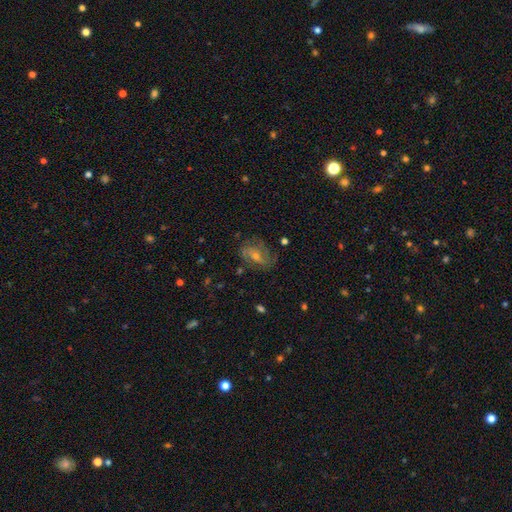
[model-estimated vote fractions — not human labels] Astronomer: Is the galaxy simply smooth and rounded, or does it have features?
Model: featured or disk — 65%.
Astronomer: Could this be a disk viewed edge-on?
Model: no — 94%.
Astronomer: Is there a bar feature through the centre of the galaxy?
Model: weak — 44% (runner-up: no, 40%).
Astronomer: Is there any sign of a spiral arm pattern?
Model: yes — 84%.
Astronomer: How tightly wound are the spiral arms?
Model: medium — 43% (runner-up: tight, 35%).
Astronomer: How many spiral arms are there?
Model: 2 — 52% (runner-up: can't tell, 28%).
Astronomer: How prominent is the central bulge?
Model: moderate — 49% (runner-up: small, 45%).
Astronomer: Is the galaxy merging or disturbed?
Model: none — 73%.